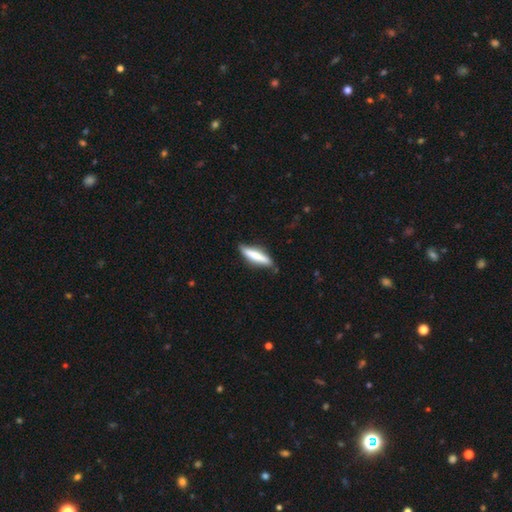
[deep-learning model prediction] Overall: smooth (68%). How rounded: cigar-shaped (78%). Merging: none (76%).